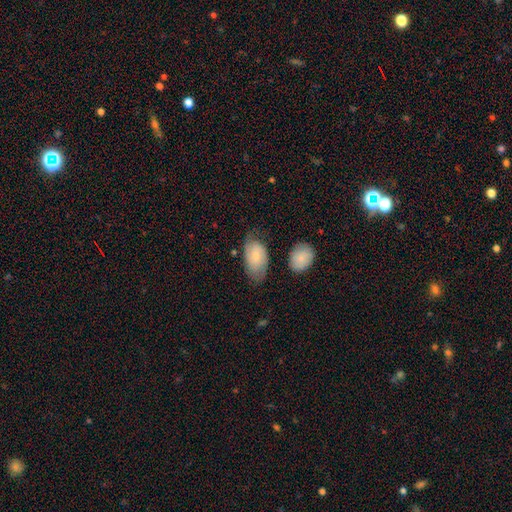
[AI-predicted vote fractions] Overall: smooth (62%; featured or disk 31%). How rounded: in between (92%). Merging: none (60%; minor disturbance 26%).